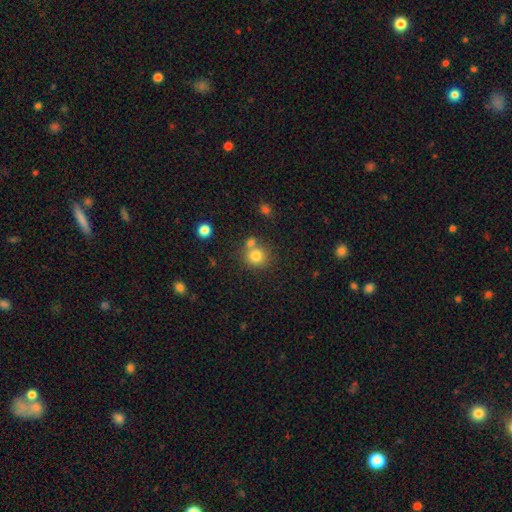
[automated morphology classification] smooth_or_featured: smooth (p=0.80) [alt: star or artifact p=0.12]
how_rounded: round (p=0.87) [alt: in between p=0.12]
merging: none (p=0.62) [alt: merger p=0.26]